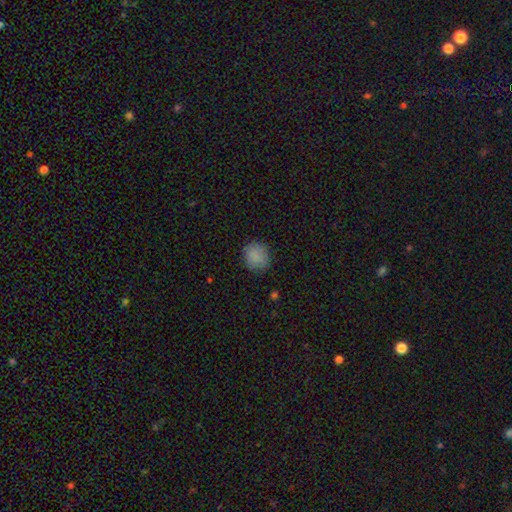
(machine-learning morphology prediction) Smooth or featured: smooth — 85% (star or artifact — 9%)
How rounded: round — 79% (in between — 20%)
Merging: none — 81% (minor disturbance — 14%)